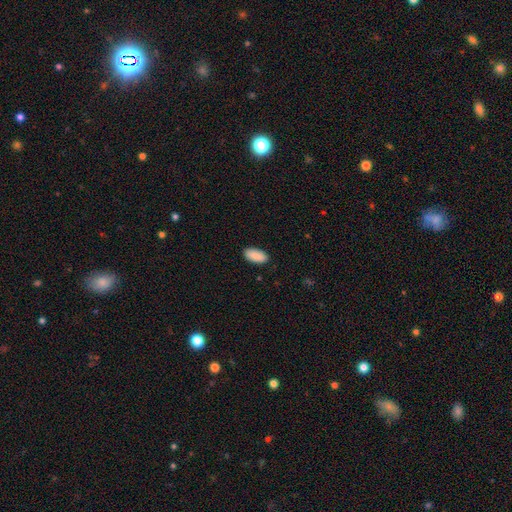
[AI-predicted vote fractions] A smooth galaxy with no disk features (91%) that is in between round and cigar-shaped (93%). Merging: none (89%).